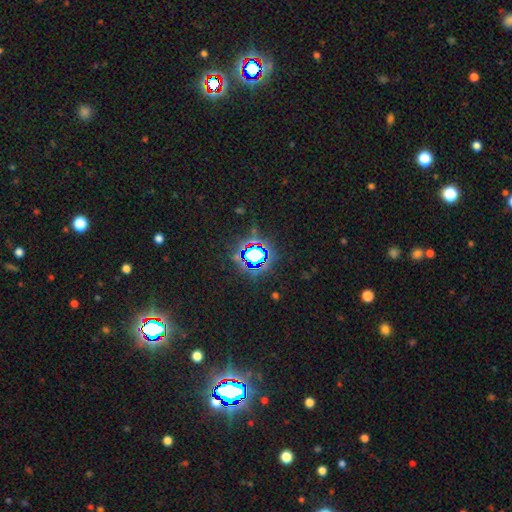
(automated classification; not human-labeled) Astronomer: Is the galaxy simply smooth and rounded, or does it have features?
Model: star or artifact — 73%.